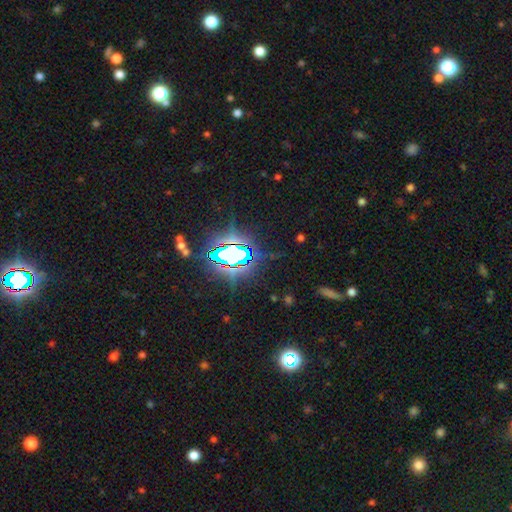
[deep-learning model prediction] smooth-or-featured: star or artifact: 78% | smooth: 12% | featured or disk: 10%